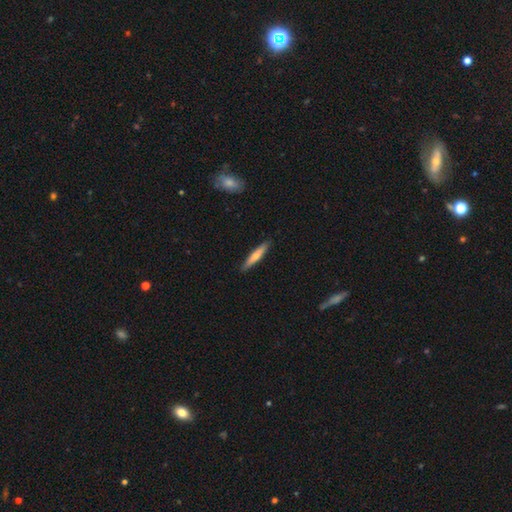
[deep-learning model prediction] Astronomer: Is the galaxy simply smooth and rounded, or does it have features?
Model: smooth — 62%.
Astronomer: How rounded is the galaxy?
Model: cigar-shaped — 92%.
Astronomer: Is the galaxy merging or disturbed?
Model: none — 90%.